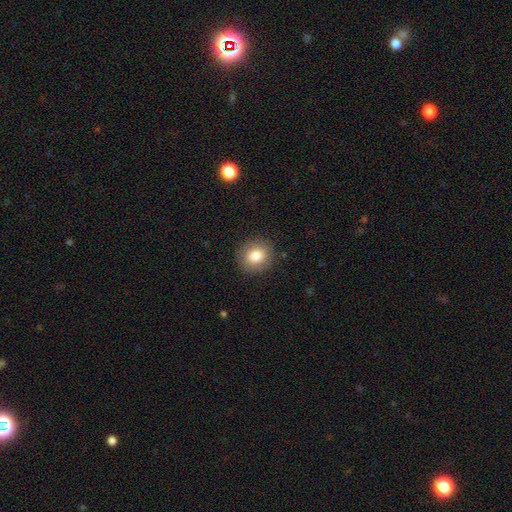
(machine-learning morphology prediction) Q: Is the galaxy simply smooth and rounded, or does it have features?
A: smooth — 81%.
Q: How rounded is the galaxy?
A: round — 82%.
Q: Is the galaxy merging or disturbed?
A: none — 89%.